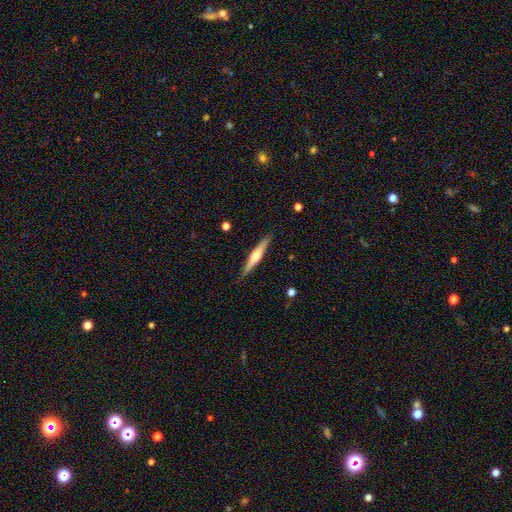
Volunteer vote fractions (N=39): Smooth or featured? featured or disk (62%)
Edge-on disk? yes (96%)
Edge-on bulge? rounded (83%)
Merging? none (100%)